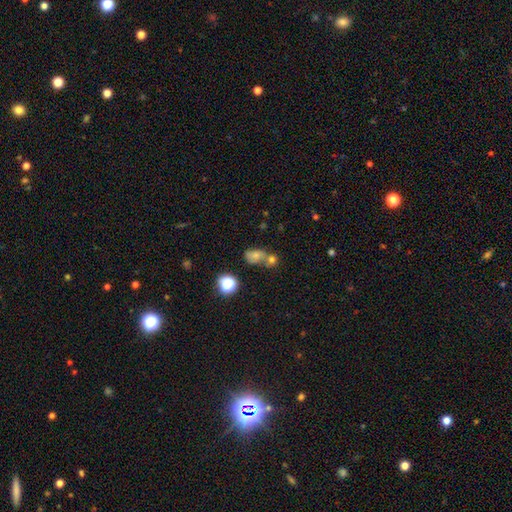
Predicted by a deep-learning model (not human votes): smooth-or-featured: smooth: 66% | star or artifact: 19% | featured or disk: 15%
  how-rounded: in between: 60% | round: 37% | cigar-shaped: 2%
  merging: merger: 45% | none: 35% | minor disturbance: 13% | major disturbance: 7%